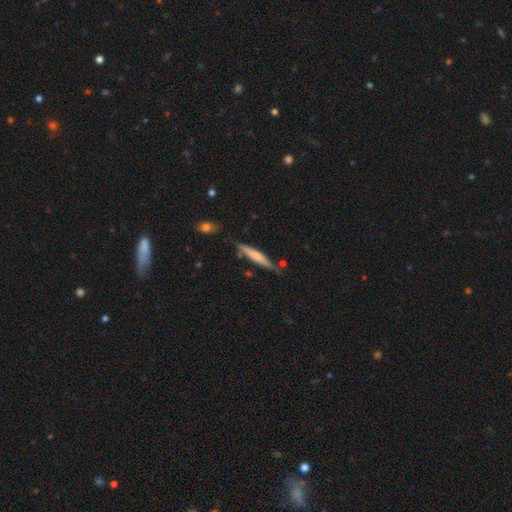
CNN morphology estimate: smooth_or_featured: smooth (p=0.64) [alt: featured or disk p=0.30]
how_rounded: cigar-shaped (p=0.91) [alt: in between p=0.07]
merging: none (p=0.74) [alt: minor disturbance p=0.17]